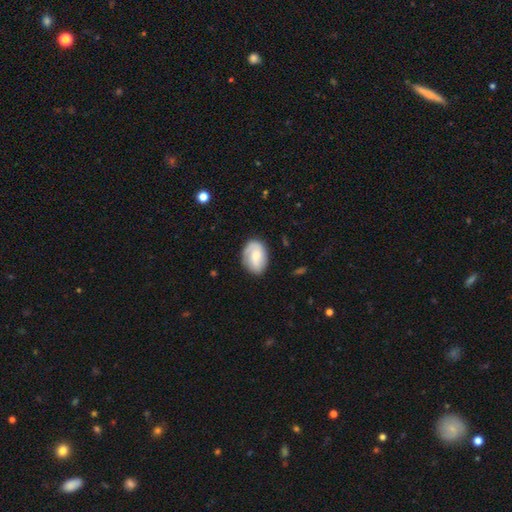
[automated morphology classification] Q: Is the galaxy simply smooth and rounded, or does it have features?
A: featured or disk — 47%.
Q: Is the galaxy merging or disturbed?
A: none — 76%.